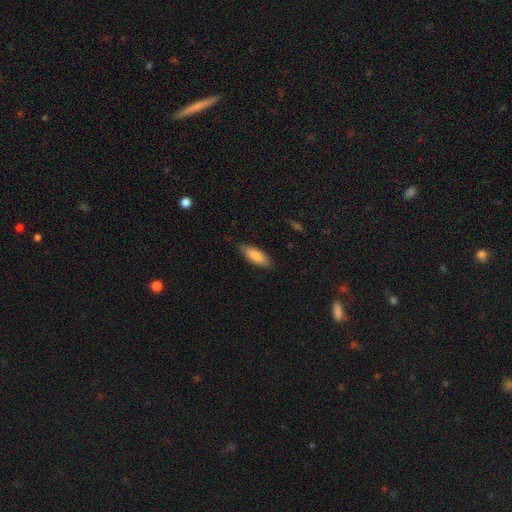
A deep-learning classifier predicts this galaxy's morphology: A smooth galaxy with no disk features (85%) that is in between round and cigar-shaped (66%). Merging: none (82%).